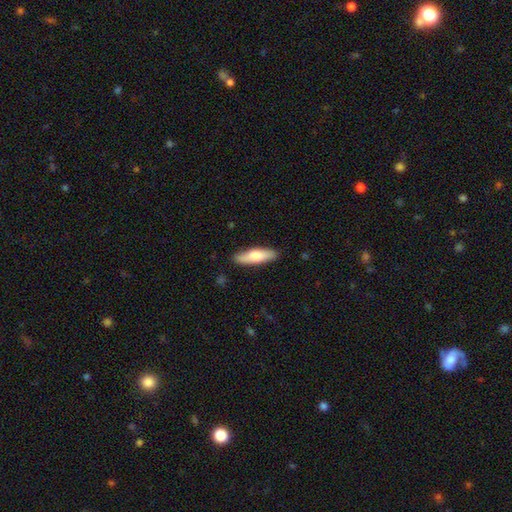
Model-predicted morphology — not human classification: A smooth galaxy with no disk features (71%) that is cigar-shaped (60%).

Vote fractions:
- Smooth or featured? smooth: 71% / featured or disk: 24% / star or artifact: 5%
- How rounded? cigar-shaped: 60% / in between: 39% / round: 2%
- Merging? none: 87% / minor disturbance: 10% / major disturbance: 2% / merger: 1%